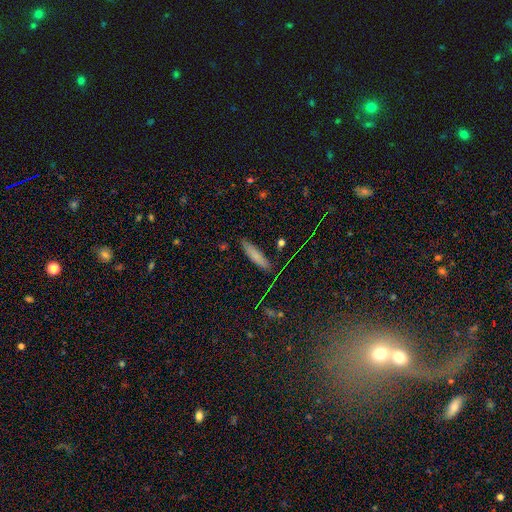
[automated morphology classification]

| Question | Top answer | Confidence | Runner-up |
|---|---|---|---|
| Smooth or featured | smooth | 74% | featured or disk (15%) |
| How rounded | cigar-shaped | 83% | in between (16%) |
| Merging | none | 83% | minor disturbance (12%) |